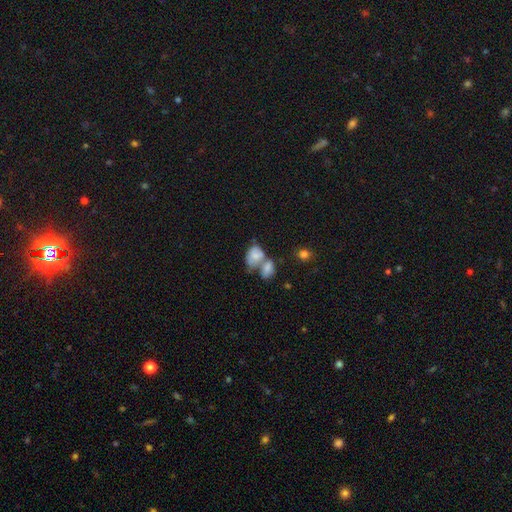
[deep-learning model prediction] Q: Smooth or featured?
A: smooth (69%); runner-up: featured or disk (23%)
Q: How rounded?
A: in between (72%); runner-up: round (27%)
Q: Merging?
A: merger (64%); runner-up: none (17%)